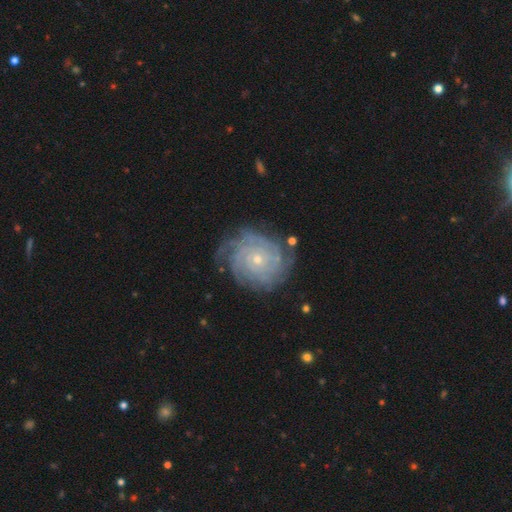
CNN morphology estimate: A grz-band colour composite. It shows a featured or disk galaxy (81%) with no bar (80%), tight (81%) spiral arms (96%) and a small central bulge (72%). Merging: none (80%).